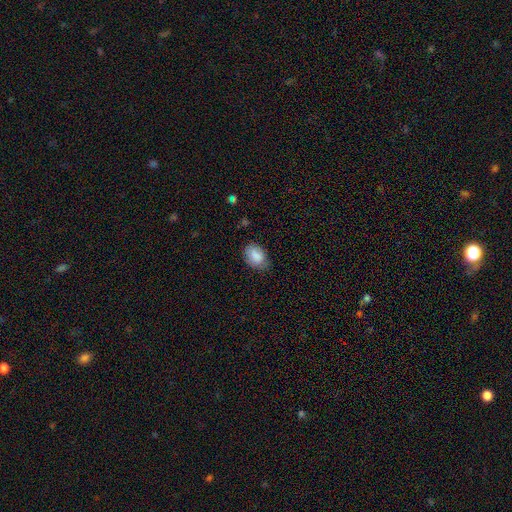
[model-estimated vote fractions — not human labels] Smooth or featured? smooth (85%)
How rounded? in between (83%)
Merging? none (70%)